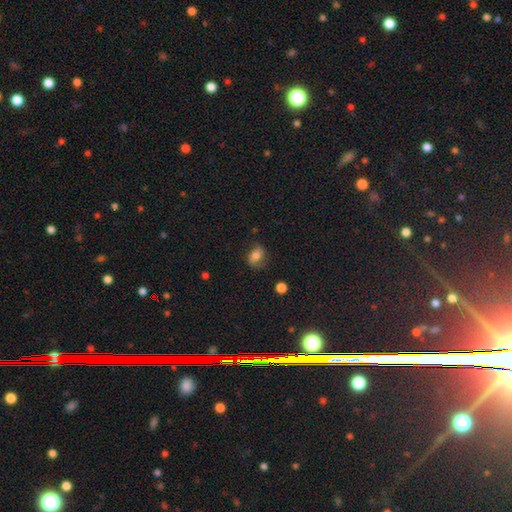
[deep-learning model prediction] Smooth or featured: smooth — 58% (featured or disk — 30%)
How rounded: in between — 59% (round — 39%)
Merging: none — 67% (minor disturbance — 23%)